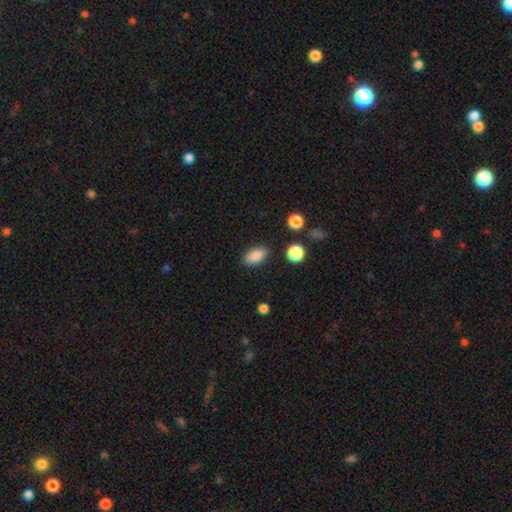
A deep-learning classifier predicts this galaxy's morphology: Smooth or featured?
  - smooth: 87% *
  - star or artifact: 8%
  - featured or disk: 5%
How rounded?
  - in between: 89% *
  - round: 6%
  - cigar-shaped: 5%
Merging?
  - none: 85% *
  - minor disturbance: 10%
  - major disturbance: 3%
  - merger: 2%